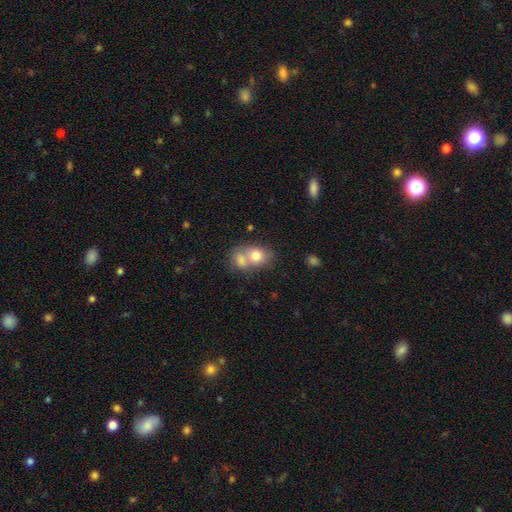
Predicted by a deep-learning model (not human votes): Smooth or featured? smooth (75%)
How rounded? in between (53%)
Merging? merger (62%)